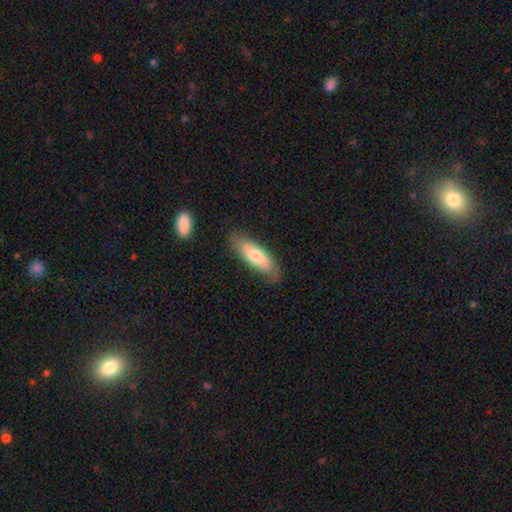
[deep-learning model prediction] Smooth or featured? Predicted: smooth (p=0.71). How rounded? Predicted: in between (p=0.62). Merging? Predicted: none (p=0.78).